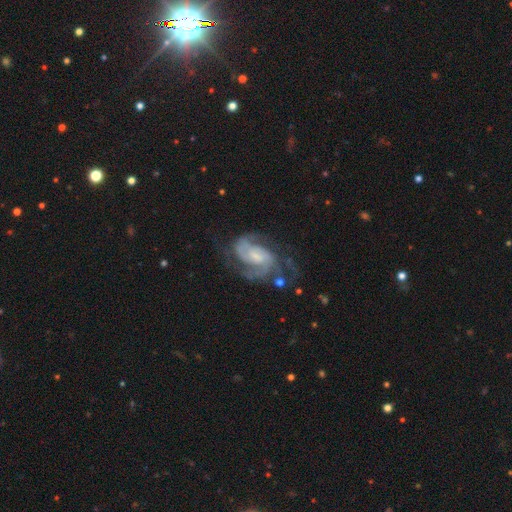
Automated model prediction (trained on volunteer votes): smooth_or_featured: featured or disk (p=0.88) [alt: smooth p=0.06]
disk_edge_on: no (p=0.98) [alt: yes p=0.02]
bar: weak (p=0.47) [alt: no p=0.39]
has_spiral_arms: yes (p=0.96) [alt: no p=0.04]
spiral_winding: medium (p=0.49) [alt: tight p=0.39]
spiral_arm_count: 2 (p=0.60) [alt: 3 p=0.17]
bulge_size: small (p=0.42) [alt: moderate p=0.33]
merging: none (p=0.58) [alt: minor disturbance p=0.20]